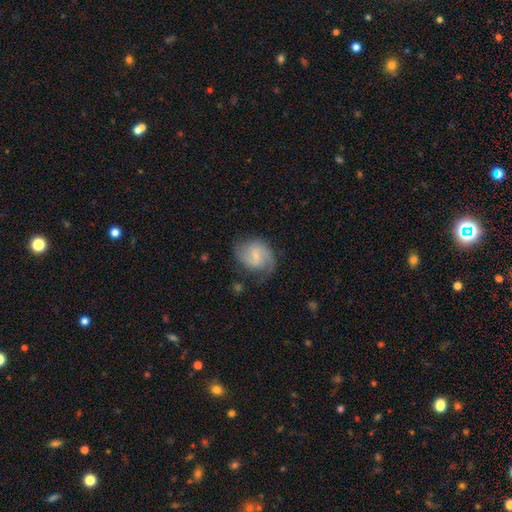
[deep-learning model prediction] smooth-or-featured: featured or disk: 71% | smooth: 23% | star or artifact: 6%
  disk-edge-on: no: 98% | yes: 2%
    bar: weak: 53% | no: 37% | strong: 10%
    has-spiral-arms: yes: 93% | no: 7%
      spiral-winding: medium: 50% | tight: 26% | loose: 25%
      spiral-arm-count: 2: 77% | can't tell: 10% | 3: 5% | 1: 4% | 4: 2% | more than 4: 2%
    bulge-size: small: 66% | moderate: 26% | none: 5% | large: 1% | dominant: 1%
  merging: none: 69% | minor disturbance: 20% | major disturbance: 8% | merger: 2%